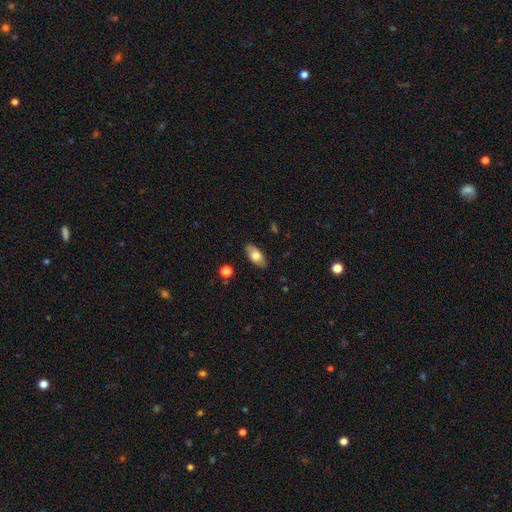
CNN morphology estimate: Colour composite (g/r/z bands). It shows a smooth galaxy with no disk features (74%) that is in between round and cigar-shaped (89%). Merging: none (86%).